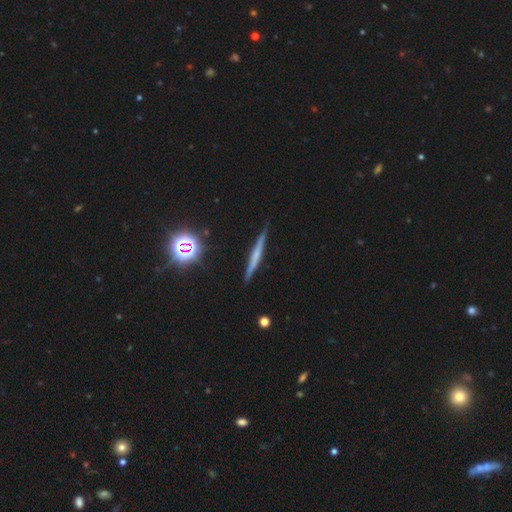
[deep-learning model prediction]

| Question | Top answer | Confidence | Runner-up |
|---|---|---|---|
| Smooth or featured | featured or disk | 58% | smooth (29%) |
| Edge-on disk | yes | 97% | no (3%) |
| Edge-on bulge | none | 49% | rounded (42%) |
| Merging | none | 89% | minor disturbance (8%) |